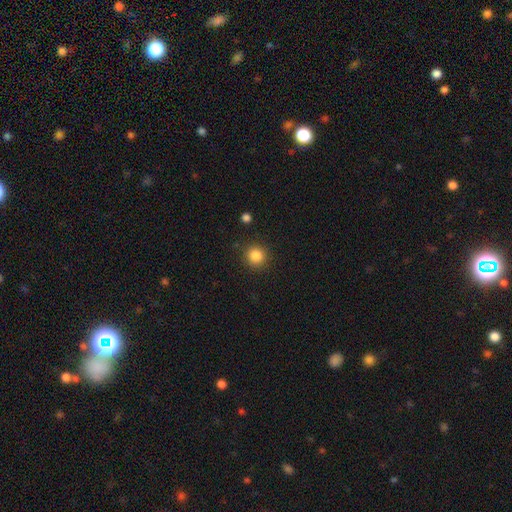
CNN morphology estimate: Smooth or featured: smooth — 86% (star or artifact — 11%)
How rounded: round — 92% (in between — 7%)
Merging: none — 89% (minor disturbance — 7%)